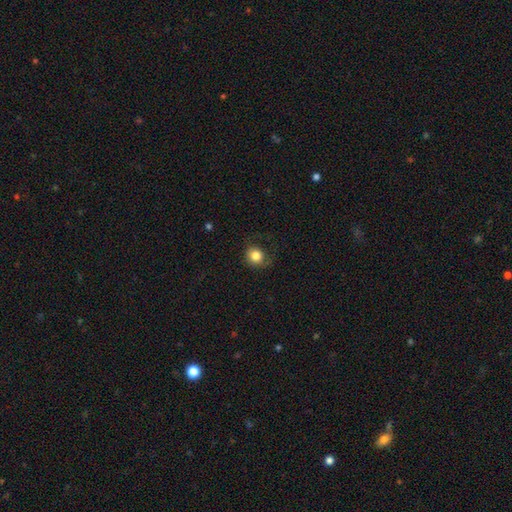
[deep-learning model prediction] smooth 83%, star or artifact 10%, featured or disk 7%. Down the decision tree: how rounded — round (86%); merging — none (73%).